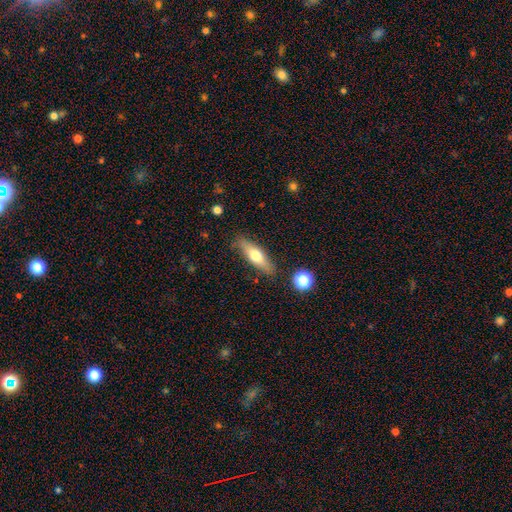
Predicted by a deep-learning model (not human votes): Smooth or featured?
  - smooth: 57% *
  - featured or disk: 36%
  - star or artifact: 7%
How rounded?
  - cigar-shaped: 54% *
  - in between: 43%
  - round: 3%
Merging?
  - none: 83% *
  - minor disturbance: 12%
  - major disturbance: 3%
  - merger: 3%